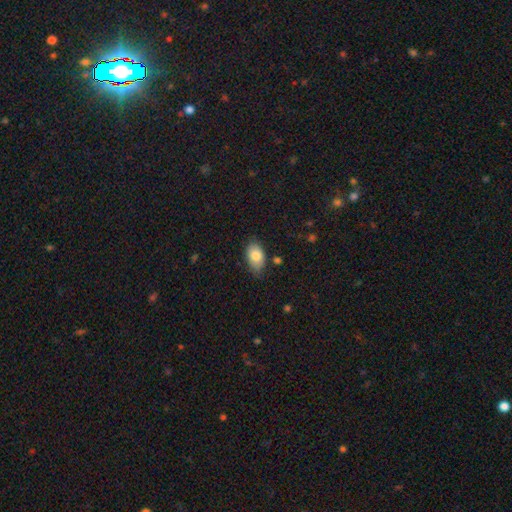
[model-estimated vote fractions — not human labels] A smooth galaxy with no disk features (82%) that is in between round and cigar-shaped (91%). Merging: none (70%).